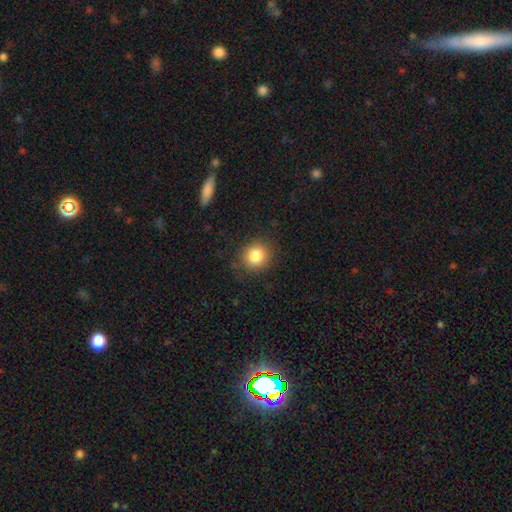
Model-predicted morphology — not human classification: A smooth galaxy with no disk features (83%) that is round (87%). Merging: none (86%).